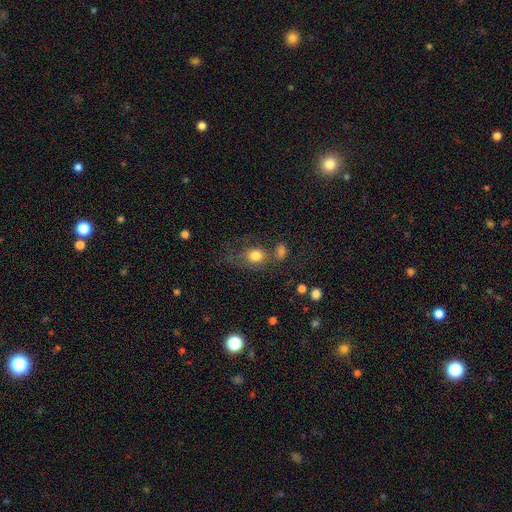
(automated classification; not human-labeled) Morphology: type=smooth (77%); roundness=round (54%); merging=none (43%).